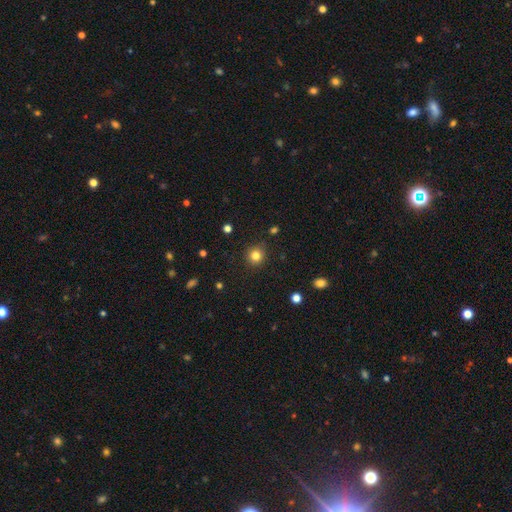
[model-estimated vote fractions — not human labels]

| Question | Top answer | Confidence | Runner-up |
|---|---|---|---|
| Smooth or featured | smooth | 82% | star or artifact (12%) |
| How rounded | round | 93% | in between (6%) |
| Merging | none | 89% | minor disturbance (7%) |